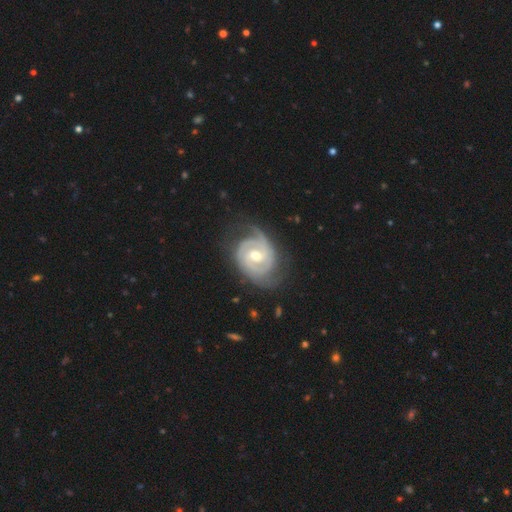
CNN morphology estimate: Smooth or featured: featured or disk — 91% (smooth — 5%)
Edge-on disk: no — 98% (yes — 2%)
Bar: weak — 48% (no — 37%)
Spiral arms: yes — 97% (no — 3%)
Spiral winding: tight — 67% (medium — 27%)
Spiral arm count: 2 — 64% (3 — 16%)
Bulge size: moderate — 76% (small — 15%)
Merging: none — 68% (minor disturbance — 21%)